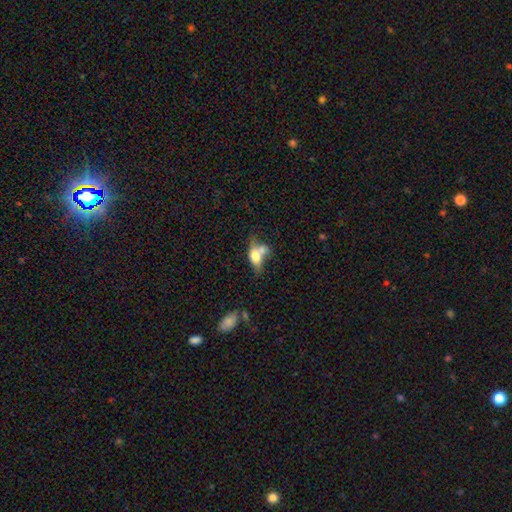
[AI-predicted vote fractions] This is likely a smooth galaxy (65%). How rounded: likely in between (76%). Merging: possibly merger (49%).